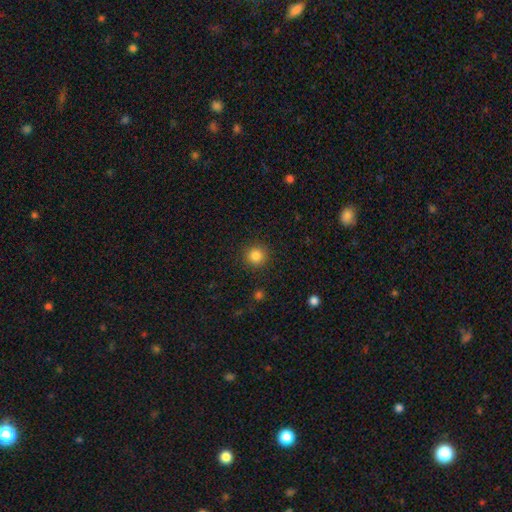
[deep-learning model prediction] Morphology: type=smooth (85%); roundness=round (94%); merging=none (91%).